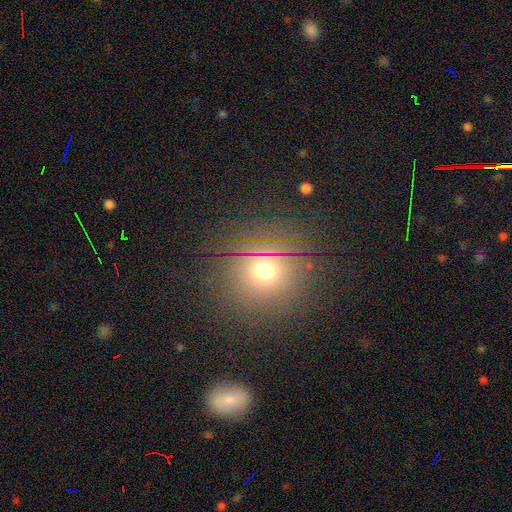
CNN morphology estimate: Smooth or featured? Predicted: smooth (p=0.60). How rounded? Predicted: round (p=0.91). Merging? Predicted: none (p=0.86).